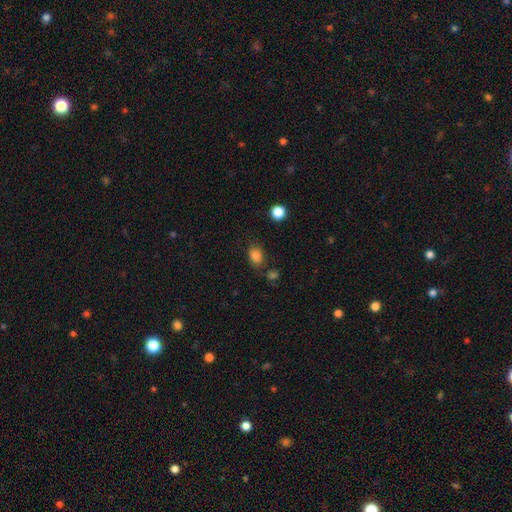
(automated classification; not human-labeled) Smooth or featured?
  - smooth: 83% *
  - star or artifact: 11%
  - featured or disk: 6%
How rounded?
  - in between: 71% *
  - round: 28%
  - cigar-shaped: 1%
Merging?
  - none: 74% *
  - minor disturbance: 15%
  - merger: 6%
  - major disturbance: 5%